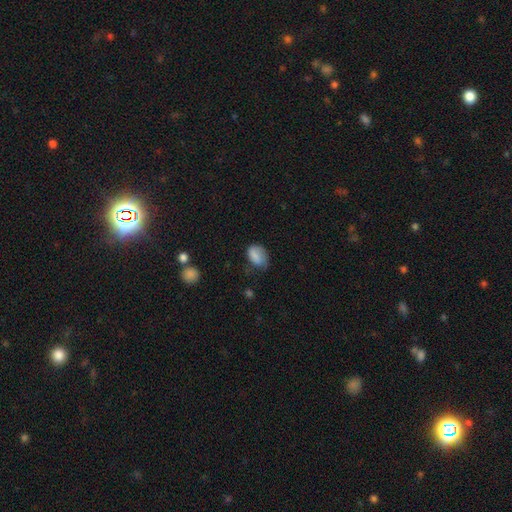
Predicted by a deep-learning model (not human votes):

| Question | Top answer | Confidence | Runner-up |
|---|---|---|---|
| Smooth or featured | smooth | 78% | featured or disk (13%) |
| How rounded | in between | 81% | round (18%) |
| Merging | none | 46% | minor disturbance (36%) |